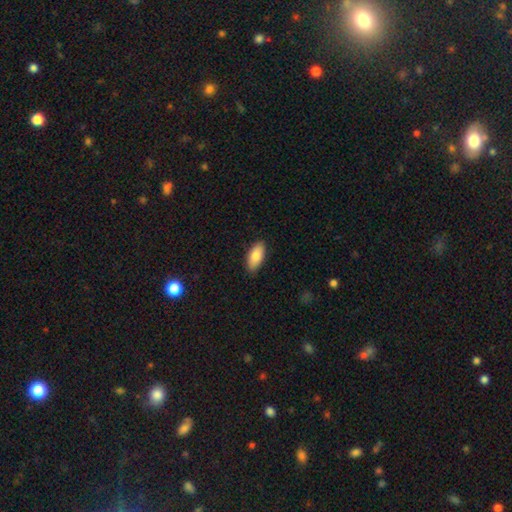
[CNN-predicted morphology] smooth-or-featured: smooth: 84% | featured or disk: 10% | star or artifact: 6%
  how-rounded: in between: 89% | cigar-shaped: 9% | round: 2%
  merging: none: 87% | minor disturbance: 10% | major disturbance: 2% | merger: 1%